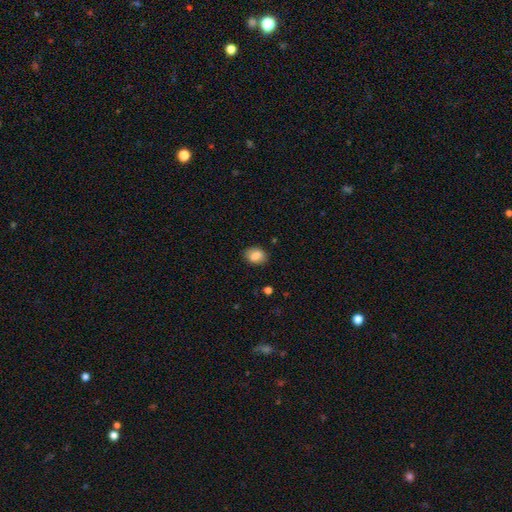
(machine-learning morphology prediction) Q: Smooth or featured?
A: smooth (84%); runner-up: featured or disk (8%)
Q: How rounded?
A: in between (70%); runner-up: round (29%)
Q: Merging?
A: none (83%); runner-up: minor disturbance (12%)